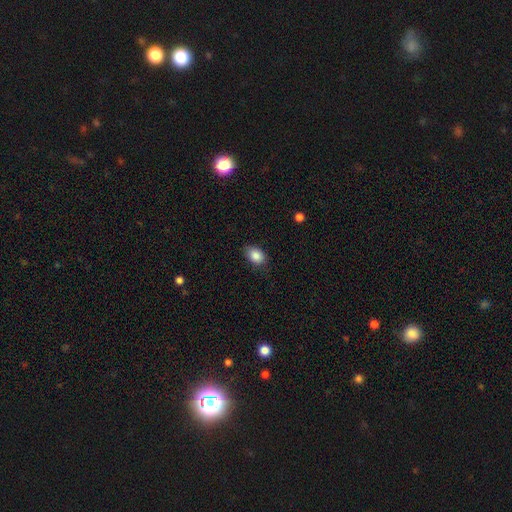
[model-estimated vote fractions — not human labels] A smooth galaxy with no disk features (87%) that is in between round and cigar-shaped (77%).

Vote fractions:
- Smooth or featured? smooth: 87% / star or artifact: 8% / featured or disk: 5%
- How rounded? in between: 77% / round: 22% / cigar-shaped: 1%
- Merging? none: 81% / minor disturbance: 15% / major disturbance: 3% / merger: 1%